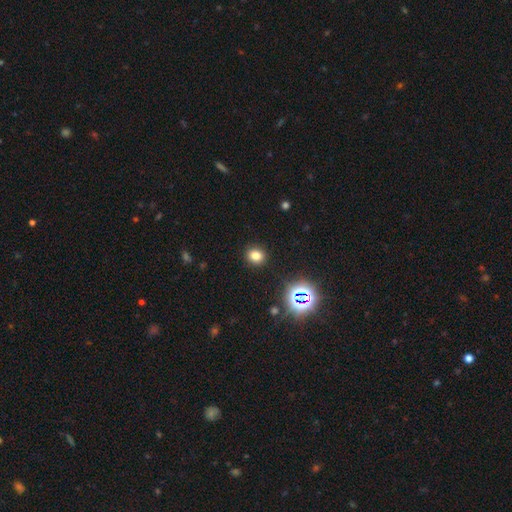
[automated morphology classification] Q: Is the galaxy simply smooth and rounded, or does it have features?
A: smooth — 75%.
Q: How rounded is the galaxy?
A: round — 75%.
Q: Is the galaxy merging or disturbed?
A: none — 90%.